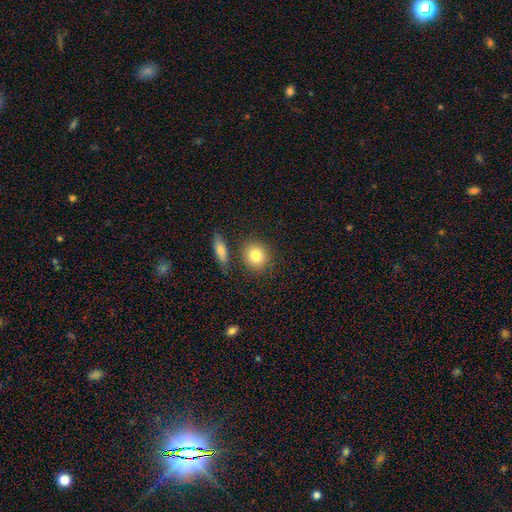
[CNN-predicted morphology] The model was most divided on "how rounded": round: 77%, in between: 21%, cigar-shaped: 2%. More confident: smooth or featured — smooth (82%); merging — none (78%).